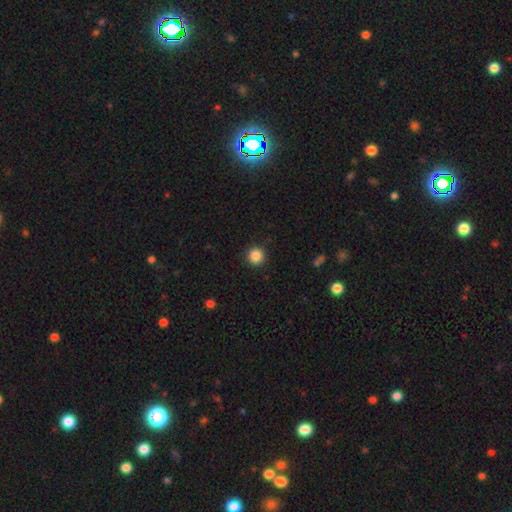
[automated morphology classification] This appears to be a smooth galaxy with no disk features (86%) that is round (95%). Merging: none (93%).